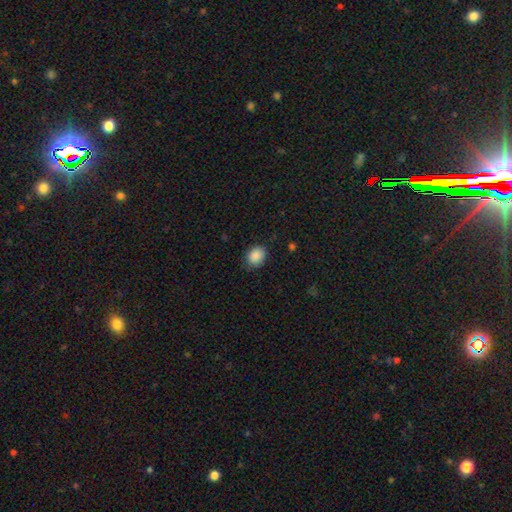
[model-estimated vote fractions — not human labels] A smooth galaxy with no disk features (88%) that is round (52%). Merging: none (76%).